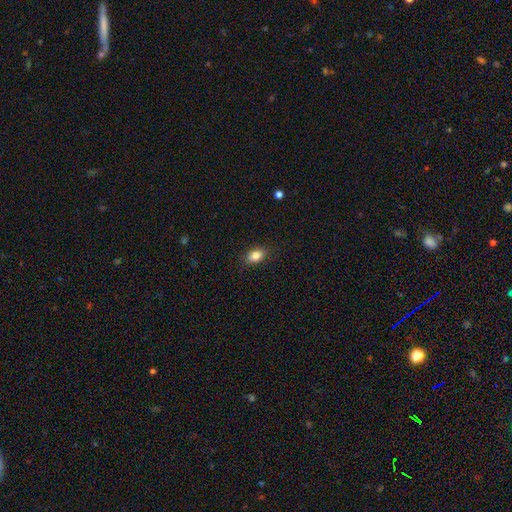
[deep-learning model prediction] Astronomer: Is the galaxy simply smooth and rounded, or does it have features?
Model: smooth — 84%.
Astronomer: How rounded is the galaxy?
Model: in between — 86%.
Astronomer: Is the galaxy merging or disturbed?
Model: none — 86%.